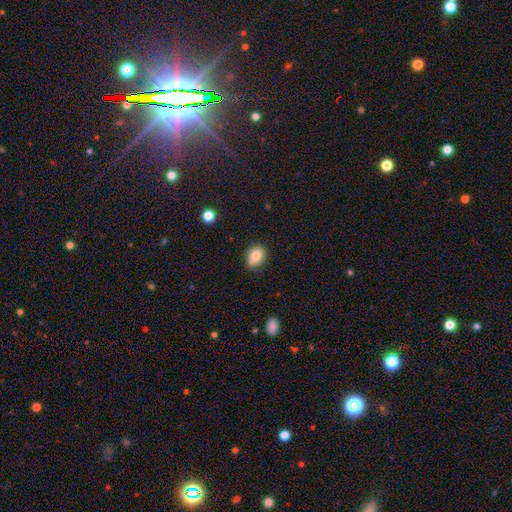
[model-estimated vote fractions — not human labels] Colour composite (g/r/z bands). It shows a smooth galaxy with no disk features (83%) that is in between round and cigar-shaped (60%). Merging: none (84%).